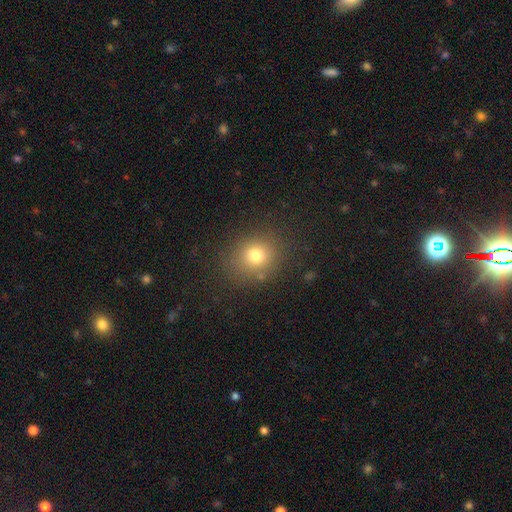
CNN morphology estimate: smooth-or-featured: smooth: 76% | star or artifact: 15% | featured or disk: 9%
  how-rounded: round: 73% | in between: 26% | cigar-shaped: 1%
  merging: none: 82% | minor disturbance: 11% | major disturbance: 5% | merger: 2%